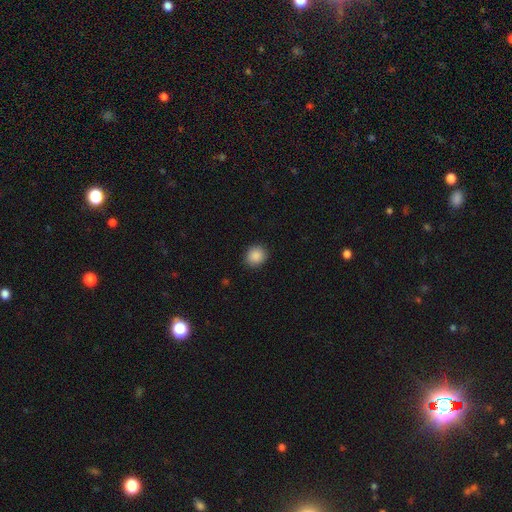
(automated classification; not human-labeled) Smooth or featured?
  - smooth: 89% *
  - star or artifact: 9%
  - featured or disk: 3%
How rounded?
  - round: 83% *
  - in between: 16%
  - cigar-shaped: 1%
Merging?
  - none: 90% *
  - minor disturbance: 7%
  - major disturbance: 2%
  - merger: 1%